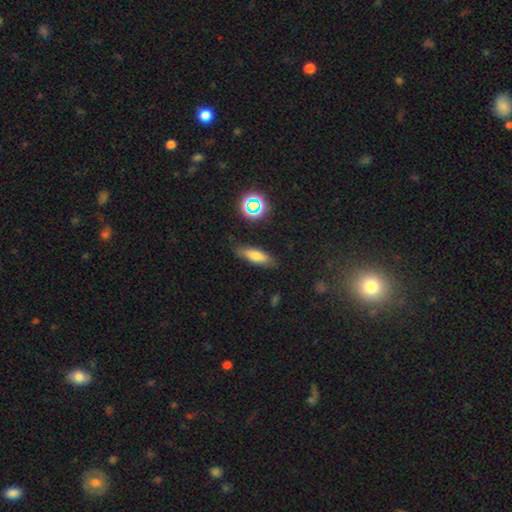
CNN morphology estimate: Smooth or featured? Predicted: smooth (p=0.69). How rounded? Predicted: in between (p=0.55). Merging? Predicted: none (p=0.79).